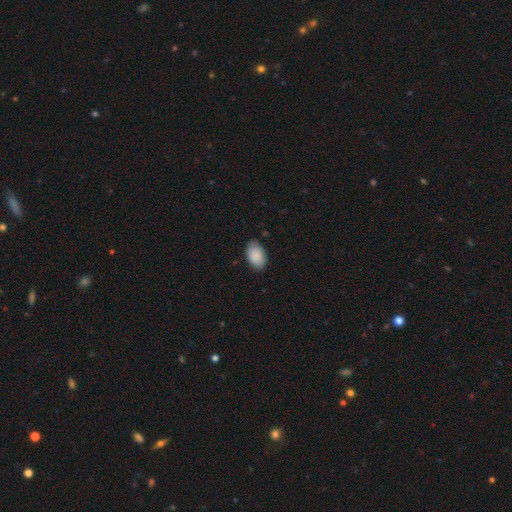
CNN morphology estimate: Smooth or featured?
  - smooth: 90% *
  - star or artifact: 6%
  - featured or disk: 4%
How rounded?
  - in between: 92% *
  - round: 7%
  - cigar-shaped: 1%
Merging?
  - none: 80% *
  - minor disturbance: 16%
  - major disturbance: 3%
  - merger: 1%